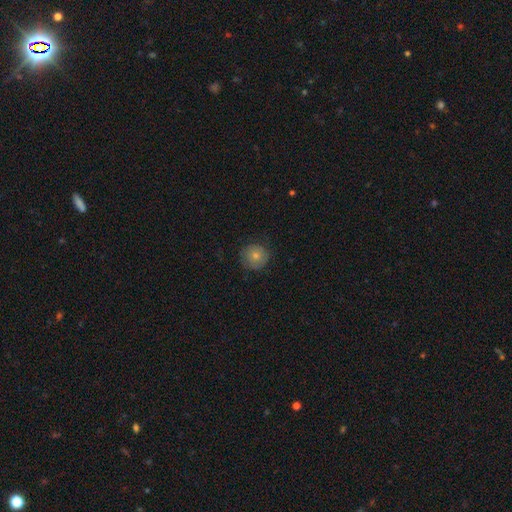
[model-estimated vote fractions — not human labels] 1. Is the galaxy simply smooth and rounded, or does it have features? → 77% smooth, 13% featured or disk, 10% star or artifact.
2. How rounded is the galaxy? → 92% round, 7% in between, 1% cigar-shaped.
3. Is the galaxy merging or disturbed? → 80% none, 15% minor disturbance, 4% major disturbance, 1% merger.